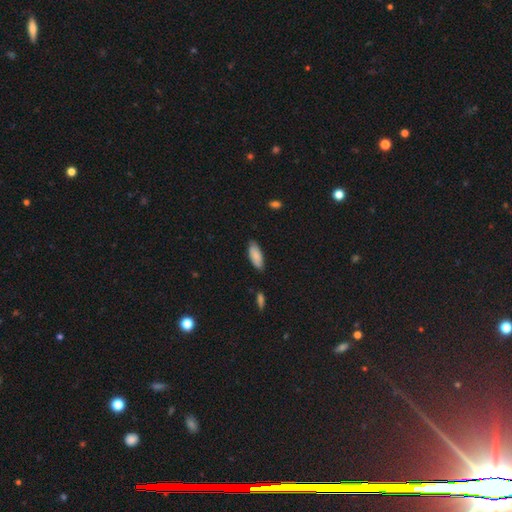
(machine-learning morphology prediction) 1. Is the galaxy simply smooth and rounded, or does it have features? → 85% smooth, 9% featured or disk, 6% star or artifact.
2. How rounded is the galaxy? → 75% in between, 24% cigar-shaped, 2% round.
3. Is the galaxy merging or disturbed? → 81% none, 15% minor disturbance, 2% major disturbance, 2% merger.